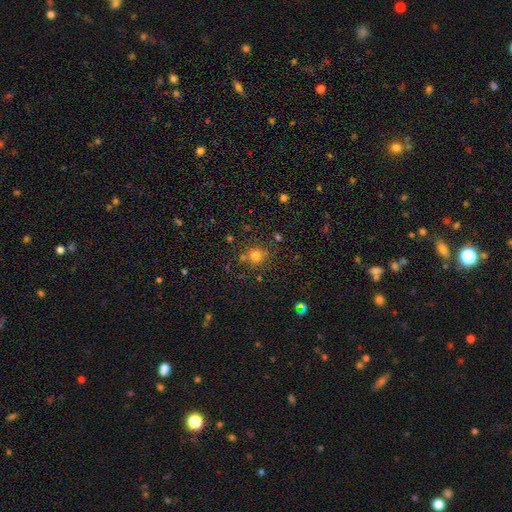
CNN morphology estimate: A smooth galaxy with no disk features (72%) that is round (92%). Merging: none (75%).